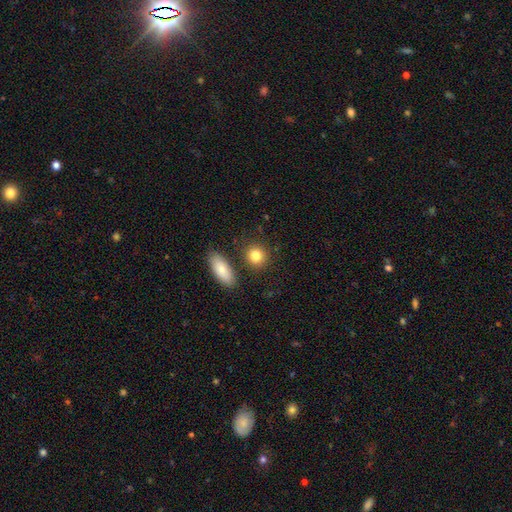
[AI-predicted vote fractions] The model was most divided on "how rounded": round: 77%, in between: 21%, cigar-shaped: 2%. More confident: smooth or featured — smooth (82%); merging — none (81%).